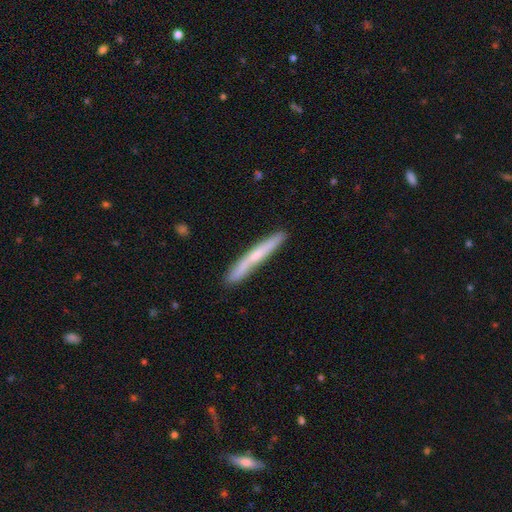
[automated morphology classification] smooth-or-featured: smooth: 49% | featured or disk: 45% | star or artifact: 6%
  merging: none: 84% | minor disturbance: 11% | merger: 2% | major disturbance: 2%